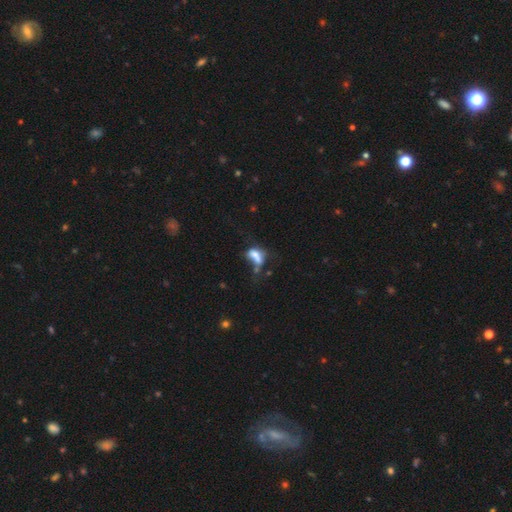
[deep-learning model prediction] smooth_or_featured: smooth (p=0.57) [alt: featured or disk p=0.29]
how_rounded: in between (p=0.78) [alt: cigar-shaped p=0.11]
merging: major disturbance (p=0.32) [alt: merger p=0.31]